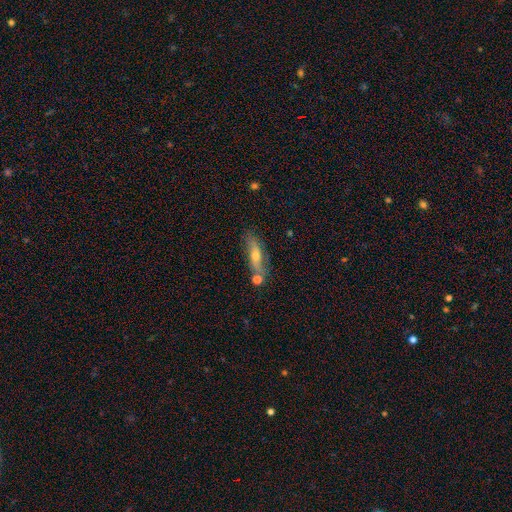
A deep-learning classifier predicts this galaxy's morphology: featured or disk 50%, smooth 41%, star or artifact 9%. Down the decision tree: merging — none (68%).